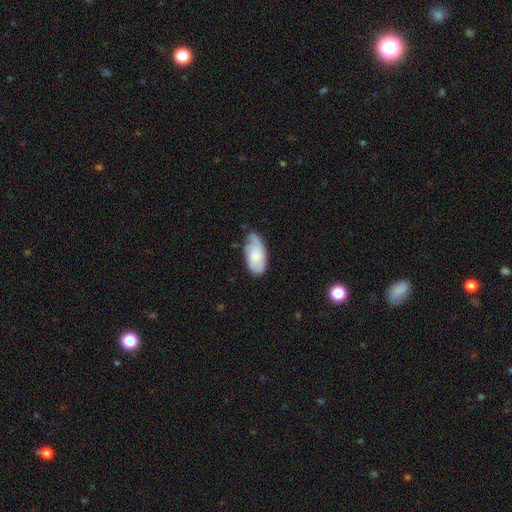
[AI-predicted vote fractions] smooth 60%, featured or disk 34%, star or artifact 6%. Down the decision tree: how rounded — in between (94%); merging — none (48%).